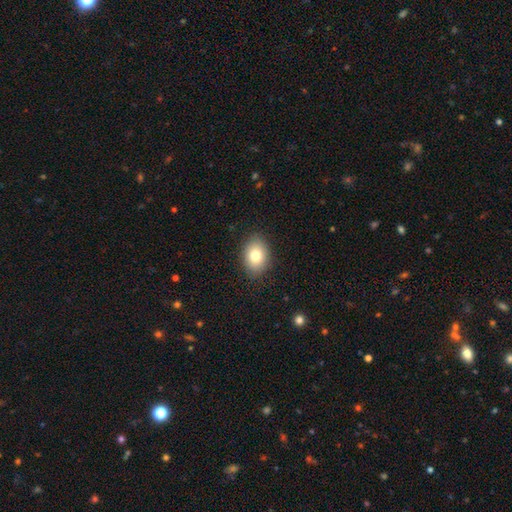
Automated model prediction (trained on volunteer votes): A smooth galaxy with no disk features (80%) that is in between round and cigar-shaped (72%). Merging: none (88%).